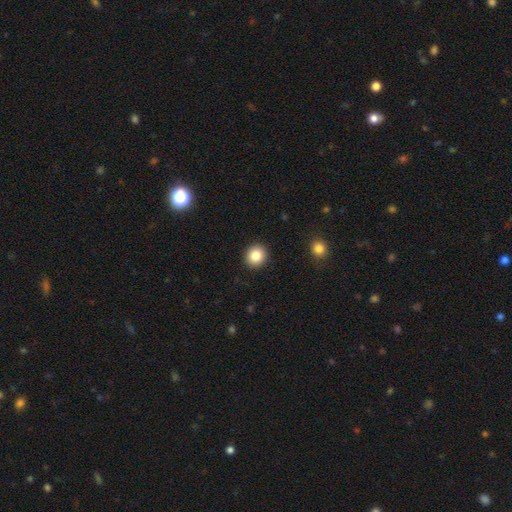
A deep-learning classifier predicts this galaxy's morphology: smooth 85%, star or artifact 10%, featured or disk 6%. Down the decision tree: how rounded — round (88%); merging — none (92%).